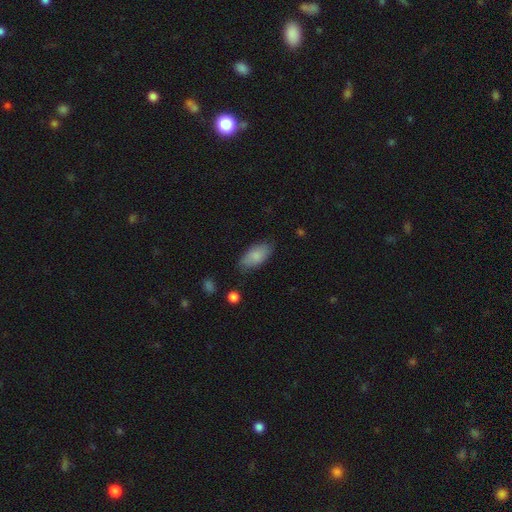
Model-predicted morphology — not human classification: Smooth or featured? smooth (84%)
How rounded? in between (91%)
Merging? none (75%)